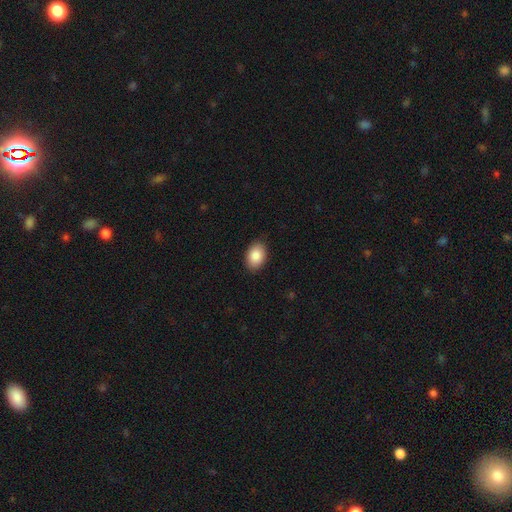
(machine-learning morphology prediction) smooth_or_featured: smooth (p=0.88) [alt: star or artifact p=0.07]
how_rounded: in between (p=0.85) [alt: round p=0.14]
merging: none (p=0.88) [alt: minor disturbance p=0.09]